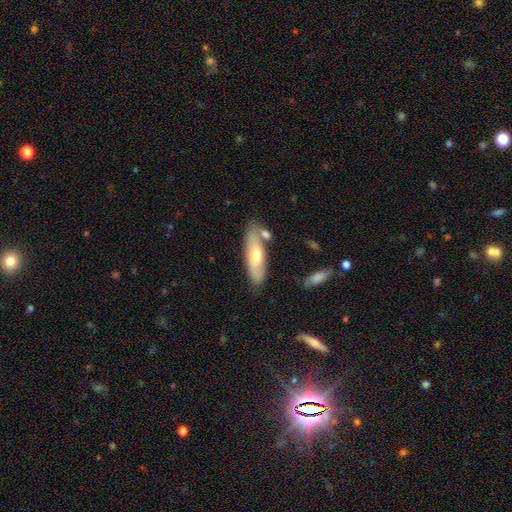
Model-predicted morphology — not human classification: smooth 57%, featured or disk 37%, star or artifact 6%. Down the decision tree: how rounded — in between (52%); merging — none (73%).